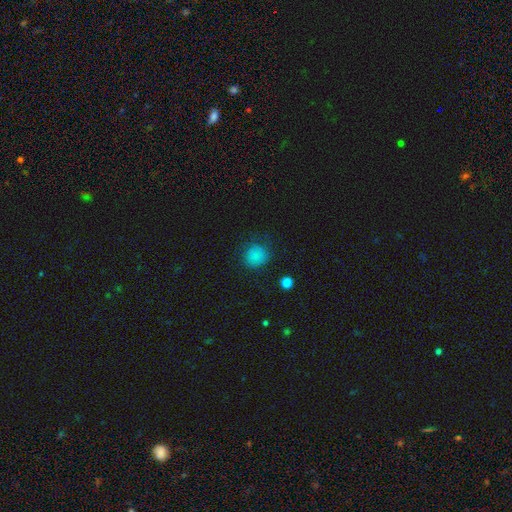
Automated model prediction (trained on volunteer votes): Smooth or featured?
  - smooth: 81% *
  - star or artifact: 13%
  - featured or disk: 7%
How rounded?
  - round: 86% *
  - in between: 14%
  - cigar-shaped: 1%
Merging?
  - none: 76% *
  - minor disturbance: 17%
  - major disturbance: 6%
  - merger: 1%